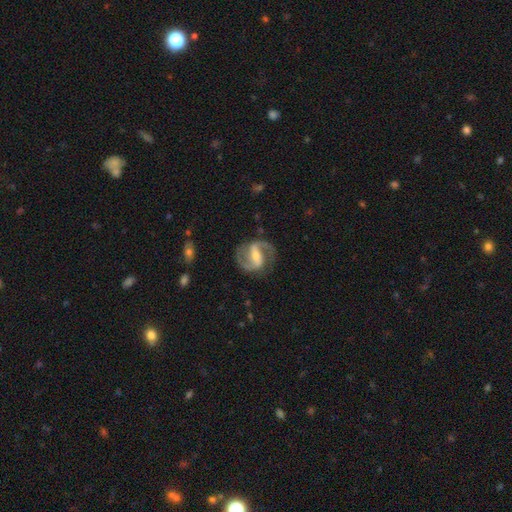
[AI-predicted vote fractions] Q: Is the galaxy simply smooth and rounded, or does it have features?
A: featured or disk — 89%.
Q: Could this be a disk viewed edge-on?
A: no — 97%.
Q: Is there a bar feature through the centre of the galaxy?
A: strong — 54%.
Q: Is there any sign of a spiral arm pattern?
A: yes — 97%.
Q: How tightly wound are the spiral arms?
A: medium — 58%.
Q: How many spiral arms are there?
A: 2 — 93%.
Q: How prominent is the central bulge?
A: small — 49%.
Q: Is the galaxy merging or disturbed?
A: none — 80%.